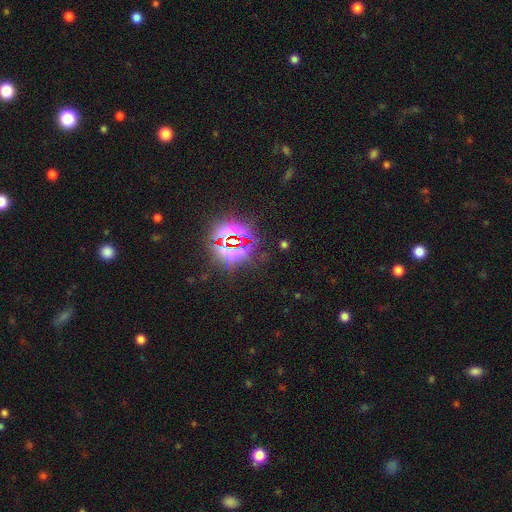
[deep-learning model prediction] This is clearly a star or artifact rather than a galaxy (84%).